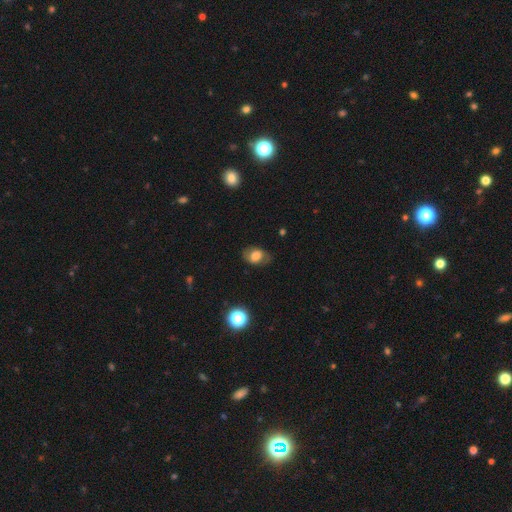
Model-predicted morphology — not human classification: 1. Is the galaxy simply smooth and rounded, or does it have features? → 70% smooth, 21% featured or disk, 10% star or artifact.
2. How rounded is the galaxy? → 75% in between, 24% round, 1% cigar-shaped.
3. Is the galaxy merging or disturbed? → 75% none, 18% minor disturbance, 6% major disturbance, 1% merger.